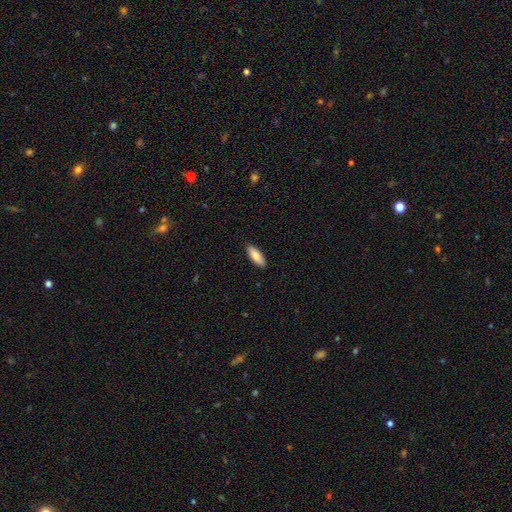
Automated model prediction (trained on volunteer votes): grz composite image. It shows a smooth galaxy with no disk features (85%) that is in between round and cigar-shaped (70%). Merging: none (90%).